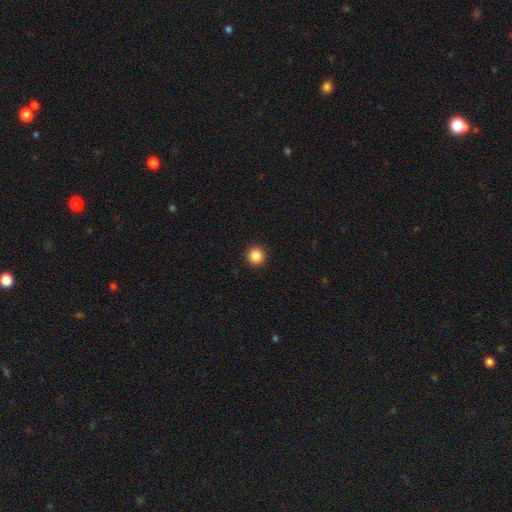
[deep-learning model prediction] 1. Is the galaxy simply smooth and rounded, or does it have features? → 87% smooth, 10% star or artifact, 3% featured or disk.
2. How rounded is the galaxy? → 95% round, 4% in between, 1% cigar-shaped.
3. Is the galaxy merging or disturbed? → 94% none, 4% minor disturbance, 2% major disturbance, 1% merger.